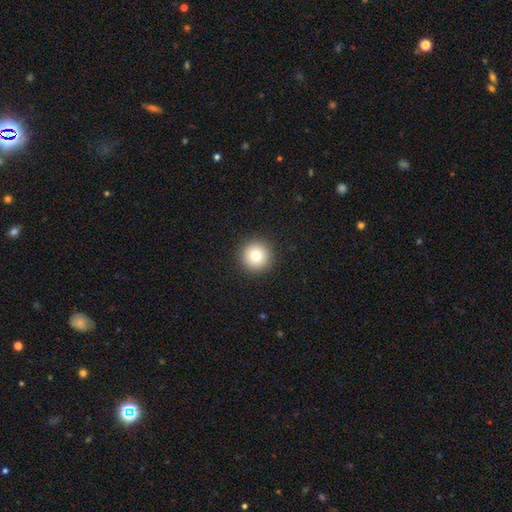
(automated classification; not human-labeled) This appears to be a smooth galaxy with no disk features (78%) that is round (96%). Merging: none (93%).